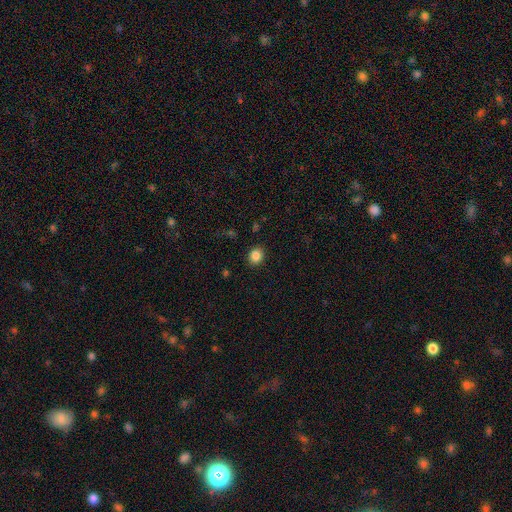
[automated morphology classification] smooth-or-featured: smooth: 85% | star or artifact: 10% | featured or disk: 5%
  how-rounded: round: 65% | in between: 34% | cigar-shaped: 1%
  merging: none: 89% | minor disturbance: 7% | major disturbance: 2% | merger: 1%